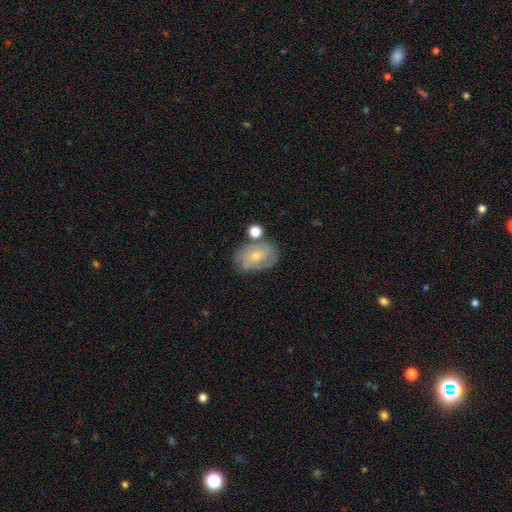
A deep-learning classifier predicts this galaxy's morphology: This appears to be a smooth galaxy with no disk features (47%). Merging: none (57%).